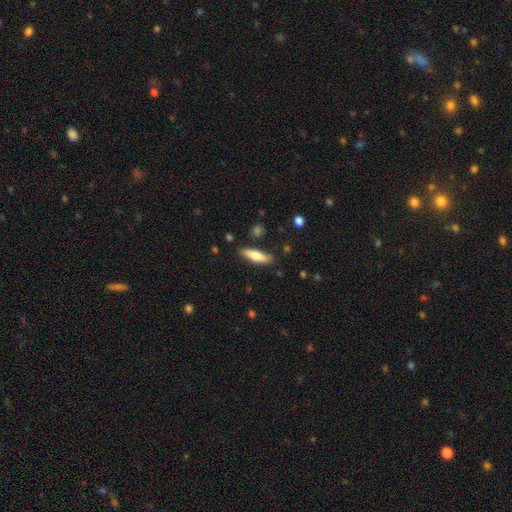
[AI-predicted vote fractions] Smooth or featured? Predicted: smooth (p=0.71). How rounded? Predicted: cigar-shaped (p=0.58). Merging? Predicted: none (p=0.83).